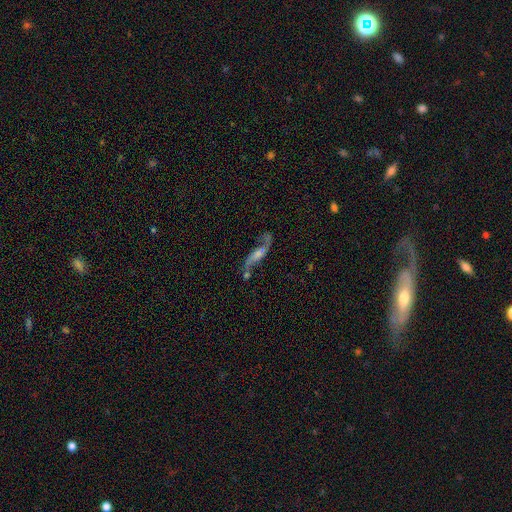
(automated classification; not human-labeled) featured or disk 76%, smooth 15%, star or artifact 9%. Down the decision tree: edge-on disk — no (82%); bar — no (45%); spiral arms — yes (90%); spiral arm count — 2 (90%); spiral winding — loose (88%); bulge size — none (33%); merging — none (53%).